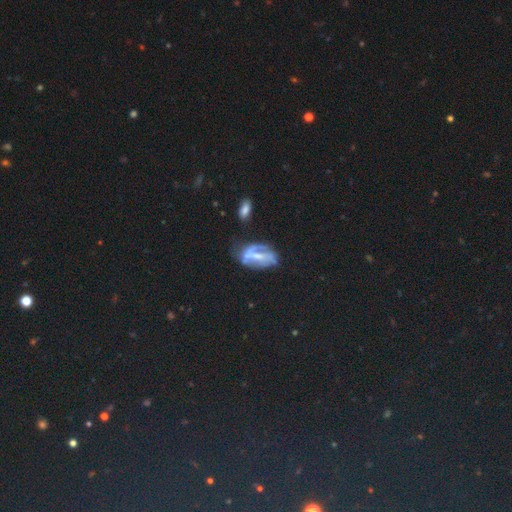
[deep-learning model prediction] smooth_or_featured: featured or disk (p=0.49) [alt: smooth p=0.28]
merging: none (p=0.46) [alt: minor disturbance p=0.25]